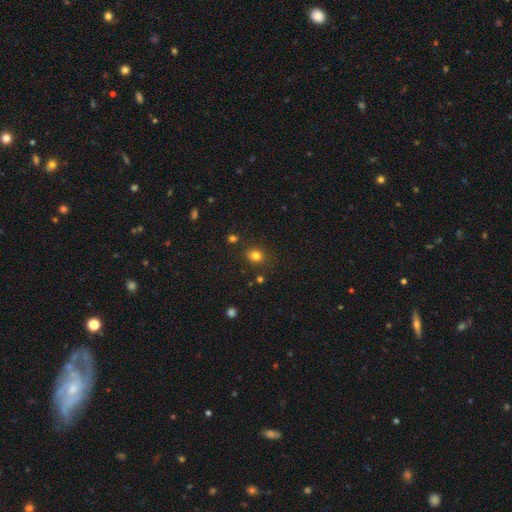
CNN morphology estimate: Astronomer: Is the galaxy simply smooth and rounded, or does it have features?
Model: smooth — 80%.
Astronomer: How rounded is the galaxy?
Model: round — 70%.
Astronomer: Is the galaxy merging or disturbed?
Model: none — 83%.